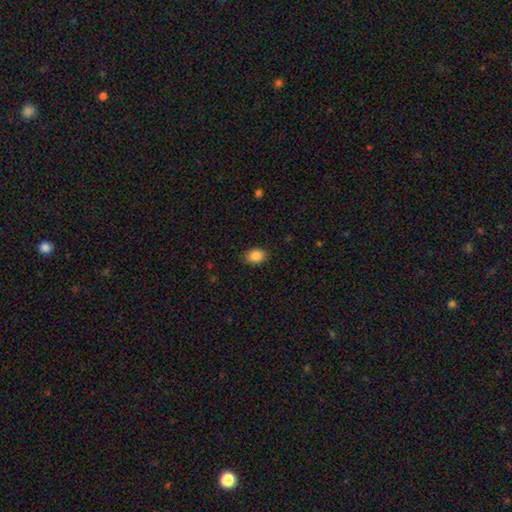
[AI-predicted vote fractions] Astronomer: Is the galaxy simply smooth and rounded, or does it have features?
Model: smooth — 87%.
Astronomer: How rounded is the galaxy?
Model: in between — 68%.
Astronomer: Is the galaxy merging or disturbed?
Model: none — 88%.